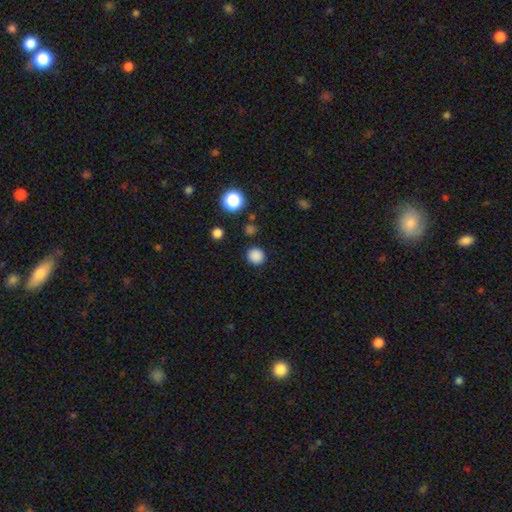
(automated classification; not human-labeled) Morphology: type=smooth (85%); roundness=round (92%); merging=none (90%).